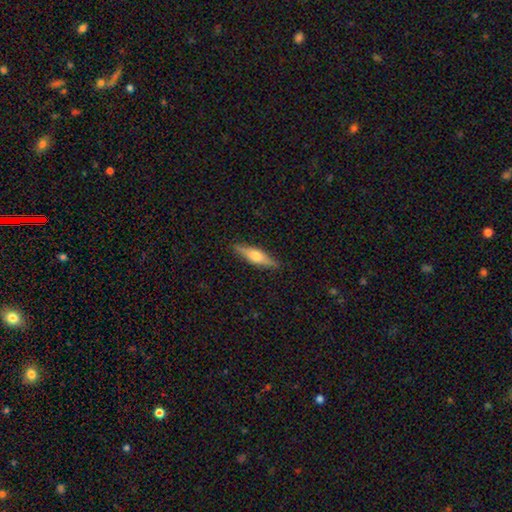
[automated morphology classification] This is possibly a featured or disk galaxy (49%). Merging: clearly none (88%).